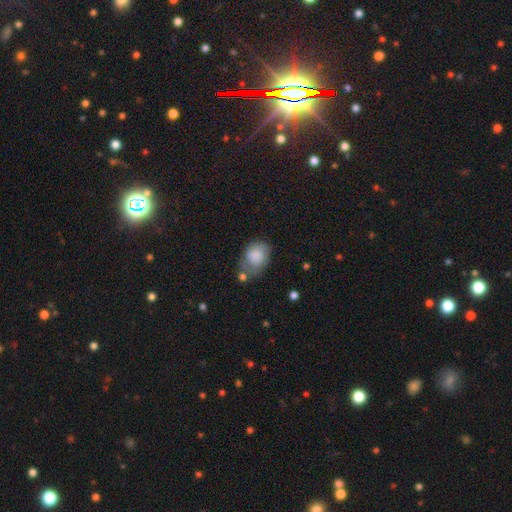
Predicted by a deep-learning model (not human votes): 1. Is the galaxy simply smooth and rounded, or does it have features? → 77% smooth, 15% featured or disk, 8% star or artifact.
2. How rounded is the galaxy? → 67% in between, 32% round, 1% cigar-shaped.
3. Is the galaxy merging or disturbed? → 40% none, 32% minor disturbance, 18% major disturbance, 11% merger.